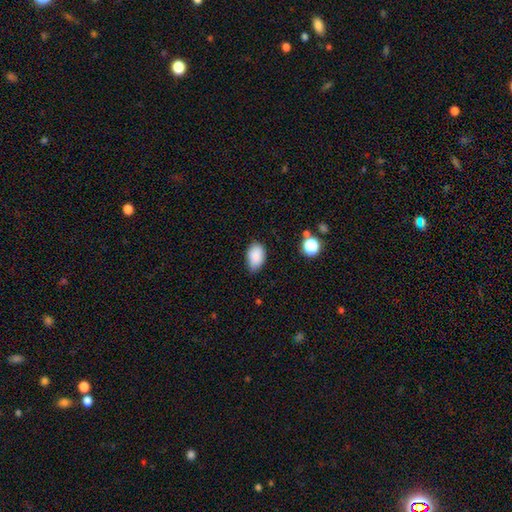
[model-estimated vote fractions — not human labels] Morphology: type=smooth (86%); roundness=in between (86%); merging=none (60%).